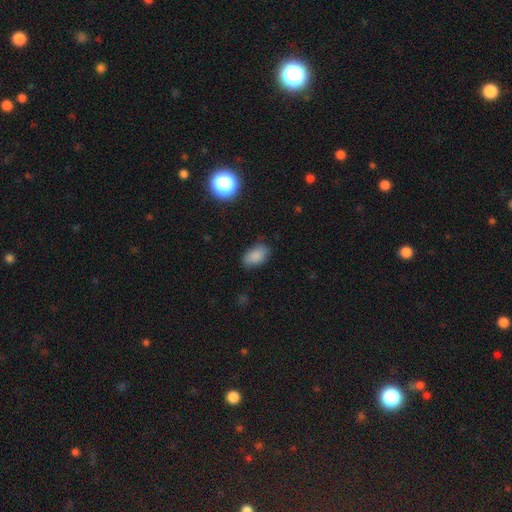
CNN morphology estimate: This is clearly a smooth galaxy (85%). How rounded: clearly in between (91%). Merging: likely none (78%).